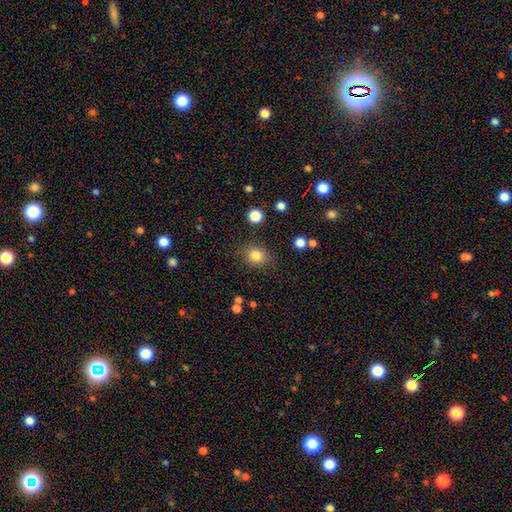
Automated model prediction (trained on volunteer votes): Smooth or featured? Predicted: smooth (p=0.82). How rounded? Predicted: round (p=0.72). Merging? Predicted: none (p=0.83).